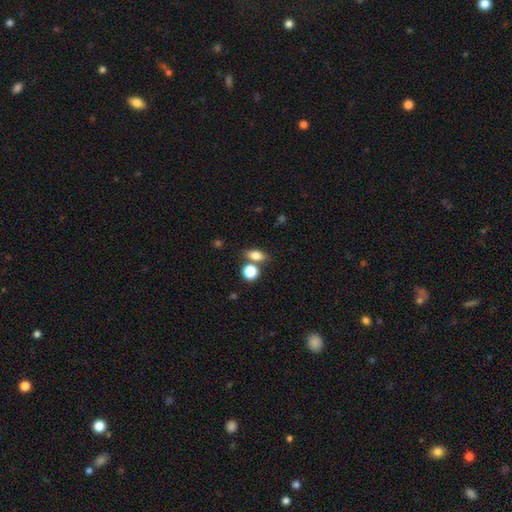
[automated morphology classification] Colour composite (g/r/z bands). It shows a smooth galaxy with no disk features (77%) that is in between round and cigar-shaped (71%). Merging: none (65%).